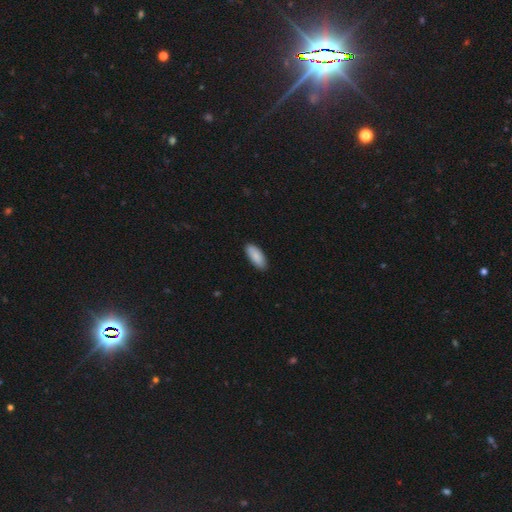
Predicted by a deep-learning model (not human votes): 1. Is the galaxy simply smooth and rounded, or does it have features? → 88% smooth, 7% featured or disk, 6% star or artifact.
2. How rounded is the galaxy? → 84% in between, 14% cigar-shaped, 2% round.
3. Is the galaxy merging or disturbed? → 87% none, 10% minor disturbance, 2% major disturbance, 1% merger.